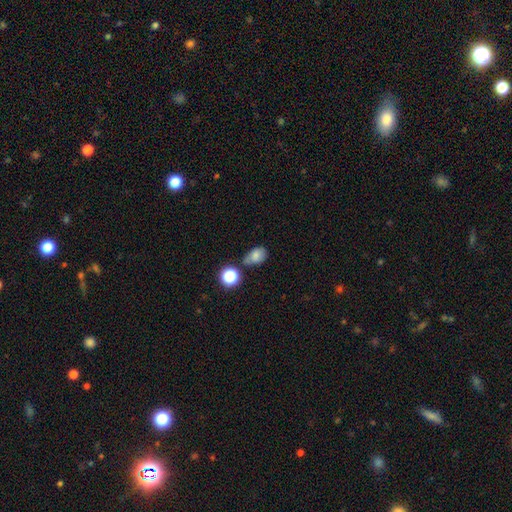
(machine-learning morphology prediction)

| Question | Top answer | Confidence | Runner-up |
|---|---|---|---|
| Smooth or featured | smooth | 76% | star or artifact (13%) |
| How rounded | in between | 77% | round (21%) |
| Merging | none | 56% | minor disturbance (26%) |